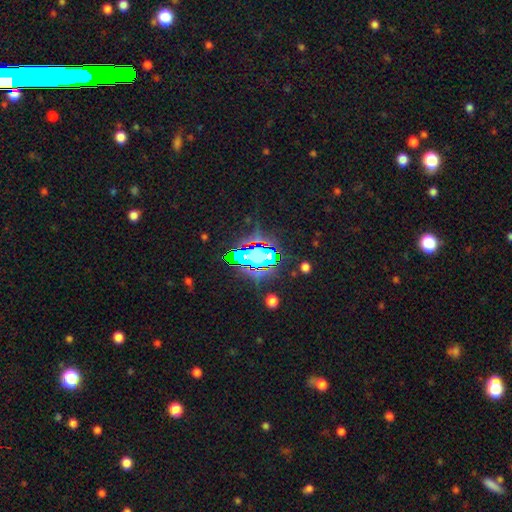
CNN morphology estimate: Smooth or featured?
  - star or artifact: 61% *
  - smooth: 22%
  - featured or disk: 16%